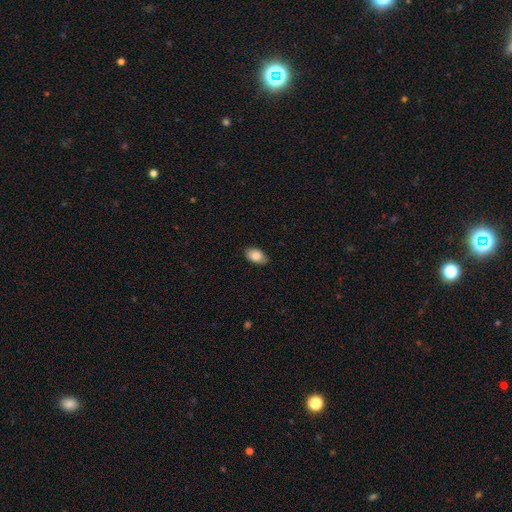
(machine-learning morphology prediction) A smooth galaxy with no disk features (85%) that is in between round and cigar-shaped (92%). Merging: none (83%).